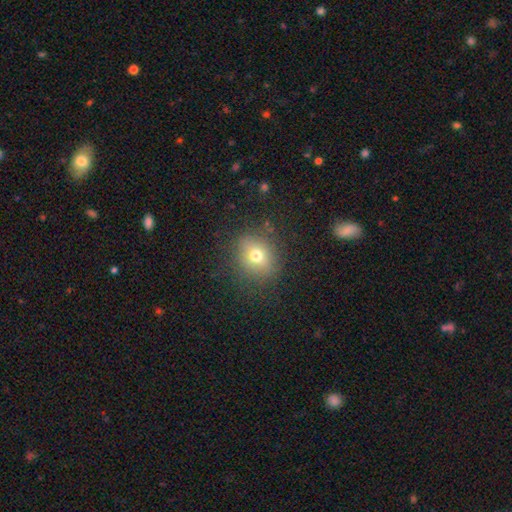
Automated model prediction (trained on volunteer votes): smooth-or-featured: smooth: 69% | star or artifact: 16% | featured or disk: 15%
  how-rounded: round: 76% | in between: 23% | cigar-shaped: 1%
  merging: none: 83% | minor disturbance: 11% | major disturbance: 5% | merger: 1%